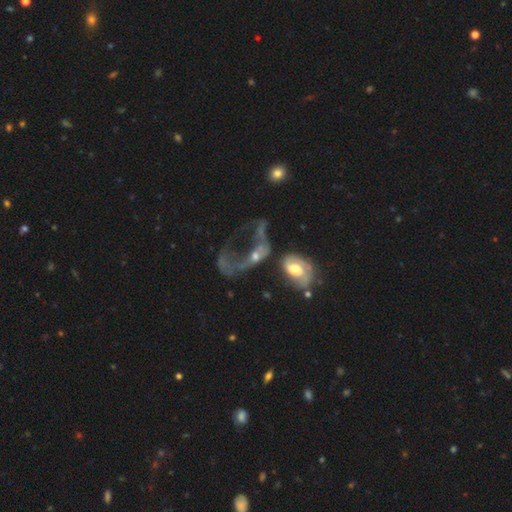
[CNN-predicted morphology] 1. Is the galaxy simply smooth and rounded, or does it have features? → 59% featured or disk, 28% smooth, 12% star or artifact.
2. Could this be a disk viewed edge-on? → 94% no, 6% yes.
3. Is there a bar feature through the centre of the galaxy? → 76% no, 18% weak, 6% strong.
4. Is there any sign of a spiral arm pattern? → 62% no, 38% yes.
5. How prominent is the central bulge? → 46% moderate, 30% small, 13% none, 9% large, 3% dominant.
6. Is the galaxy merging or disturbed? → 43% major disturbance, 38% merger, 12% none, 7% minor disturbance.